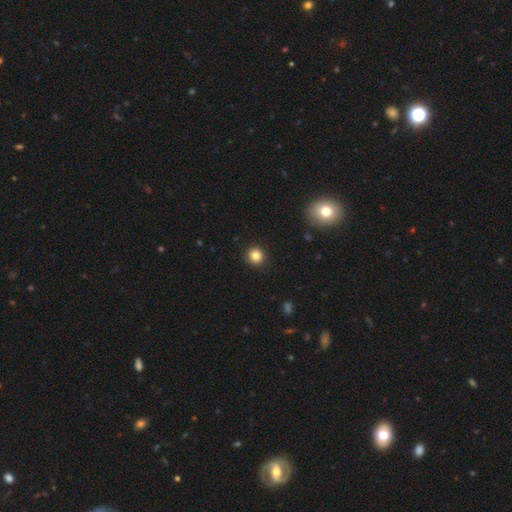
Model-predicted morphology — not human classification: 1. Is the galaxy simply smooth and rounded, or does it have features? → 84% smooth, 11% star or artifact, 5% featured or disk.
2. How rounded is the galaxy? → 92% round, 7% in between, 1% cigar-shaped.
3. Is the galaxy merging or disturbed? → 93% none, 5% minor disturbance, 2% major disturbance, 1% merger.